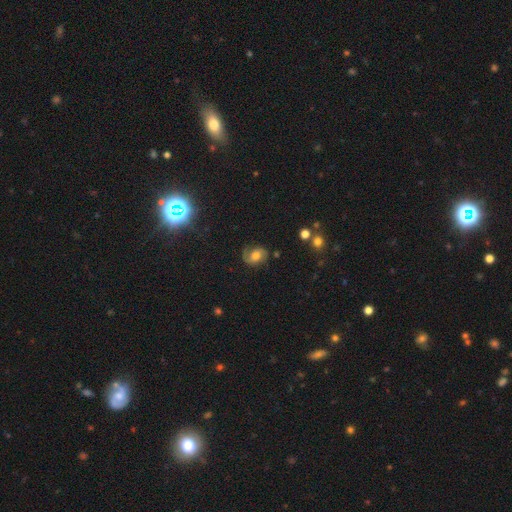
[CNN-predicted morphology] A featured or disk galaxy (66%) with no bar (55%), 2 (83%) medium (49%) spiral arms (92%) and a moderate central bulge (63%). Merging: none (71%).